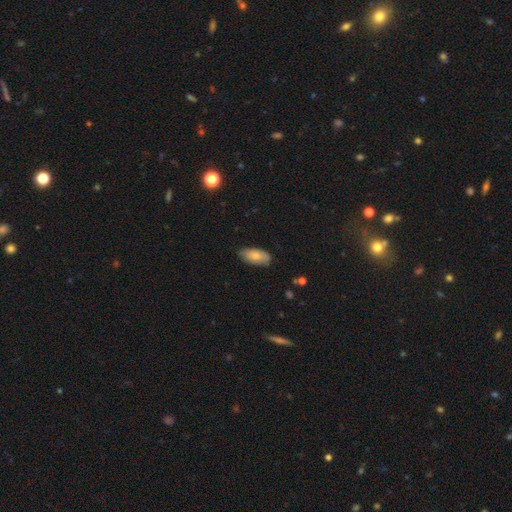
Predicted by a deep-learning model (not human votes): This is likely a smooth galaxy (79%). How rounded: clearly in between (92%). Merging: likely none (79%).